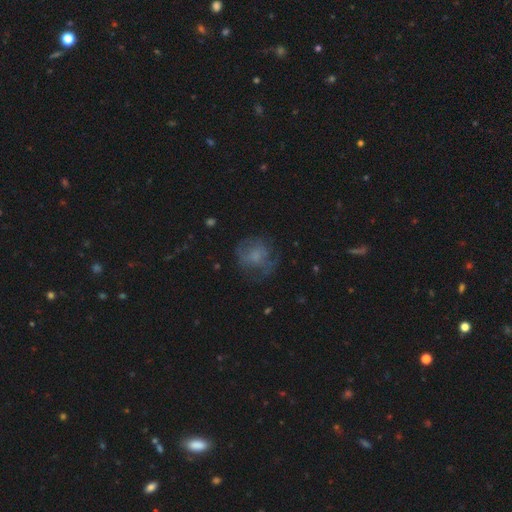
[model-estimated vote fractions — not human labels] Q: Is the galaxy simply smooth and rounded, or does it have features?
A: smooth — 48%.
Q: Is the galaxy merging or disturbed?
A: none — 57%.